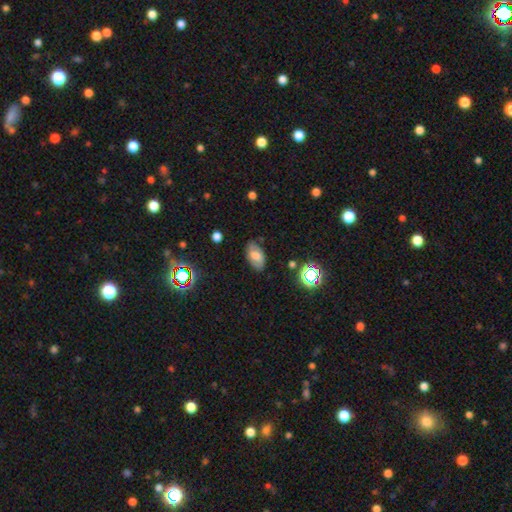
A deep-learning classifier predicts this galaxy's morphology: type=smooth (59%); roundness=in between (92%); merging=none (77%).